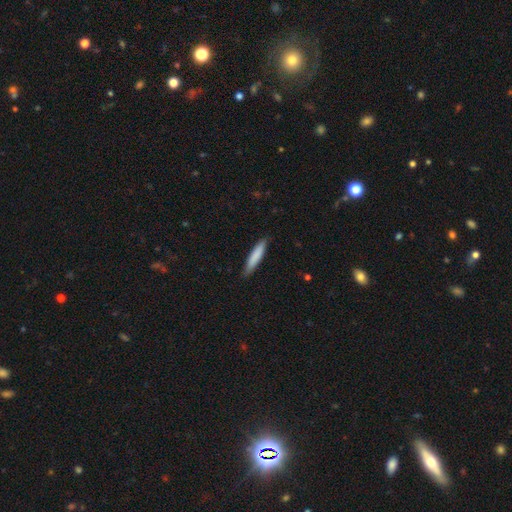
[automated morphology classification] smooth_or_featured: smooth (p=0.81) [alt: featured or disk p=0.13]
how_rounded: cigar-shaped (p=0.89) [alt: in between p=0.10]
merging: none (p=0.85) [alt: minor disturbance p=0.12]